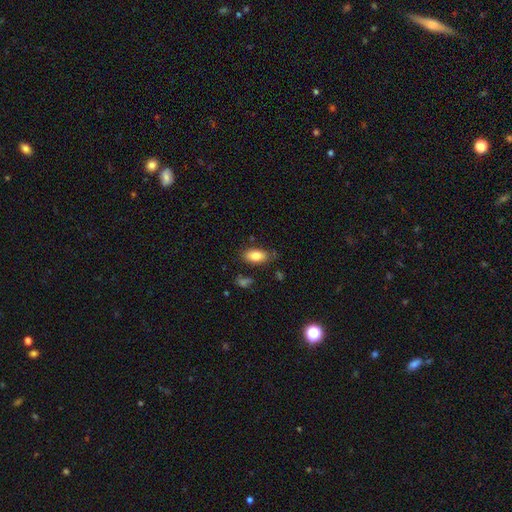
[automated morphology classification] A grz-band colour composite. It shows a smooth galaxy with no disk features (83%) that is in between round and cigar-shaped (91%). Merging: none (79%).